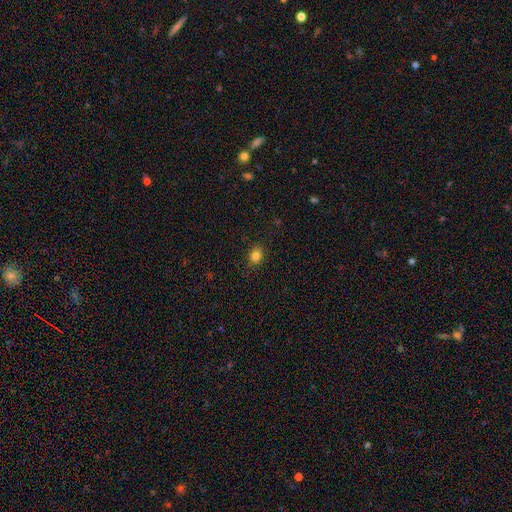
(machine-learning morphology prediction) This appears to be a smooth galaxy with no disk features (83%) that is in between round and cigar-shaped (56%). Merging: none (87%).